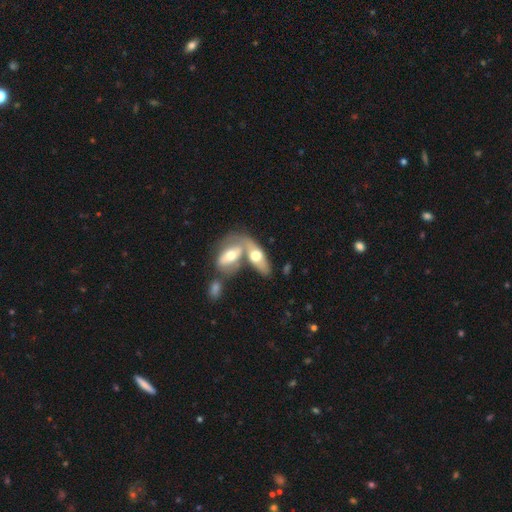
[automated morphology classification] Smooth or featured?
  - smooth: 48% *
  - featured or disk: 47%
  - star or artifact: 5%
Merging?
  - merger: 61% *
  - none: 25%
  - minor disturbance: 9%
  - major disturbance: 5%